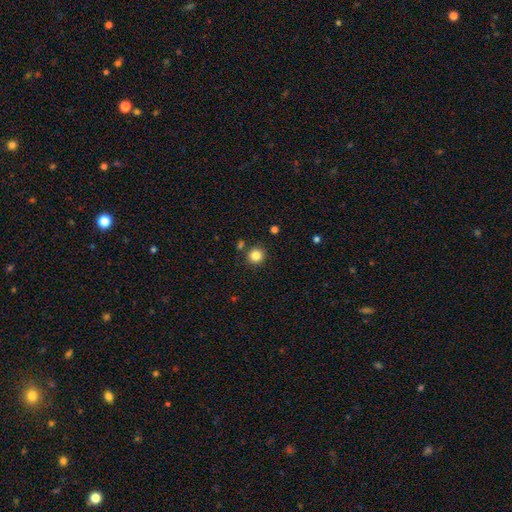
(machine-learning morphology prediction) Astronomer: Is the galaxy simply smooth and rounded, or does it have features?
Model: smooth — 84%.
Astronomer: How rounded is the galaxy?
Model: round — 92%.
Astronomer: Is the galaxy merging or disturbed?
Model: none — 86%.